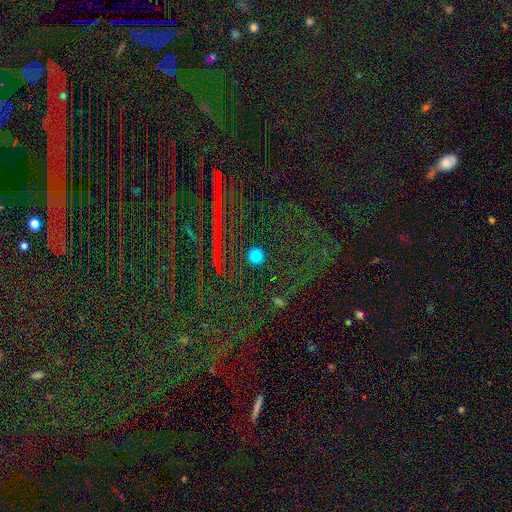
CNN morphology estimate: type=star or artifact (66%).